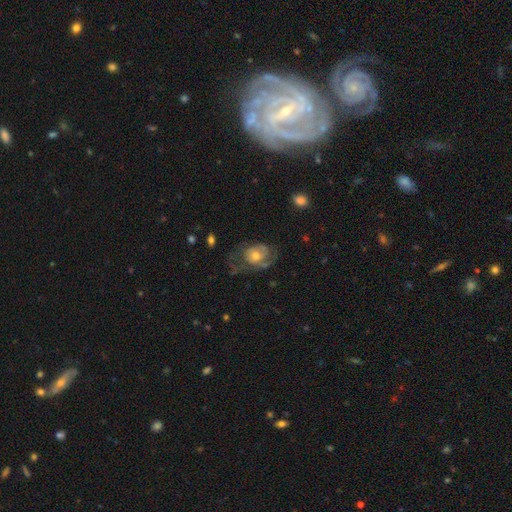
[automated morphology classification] The model was most divided on "merging": none: 41%, major disturbance: 34%, minor disturbance: 23%, merger: 2%. More confident: edge-on disk — no (96%); bar — no (79%); spiral arms — yes (74%); smooth or featured — featured or disk (65%); bulge size — moderate (57%).